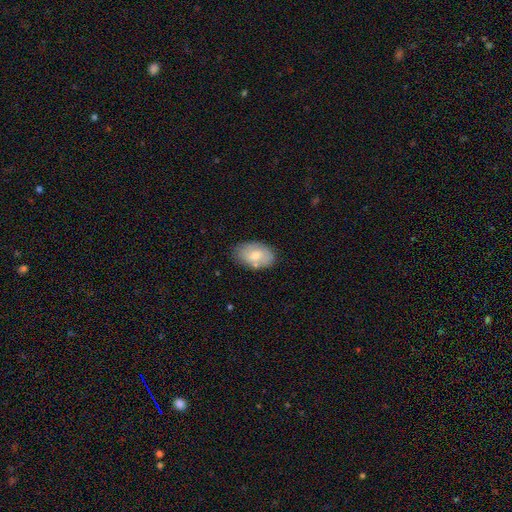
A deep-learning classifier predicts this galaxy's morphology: type=smooth (72%); roundness=in between (90%); merging=none (76%).